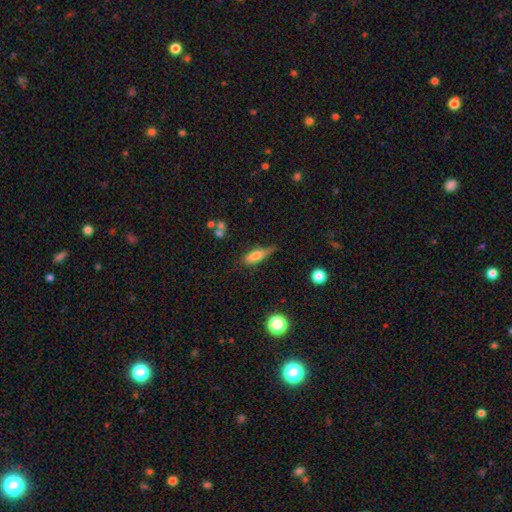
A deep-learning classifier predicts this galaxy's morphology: Q: Smooth or featured?
A: smooth (64%); runner-up: featured or disk (27%)
Q: How rounded?
A: in between (52%); runner-up: cigar-shaped (45%)
Q: Merging?
A: none (51%); runner-up: minor disturbance (34%)